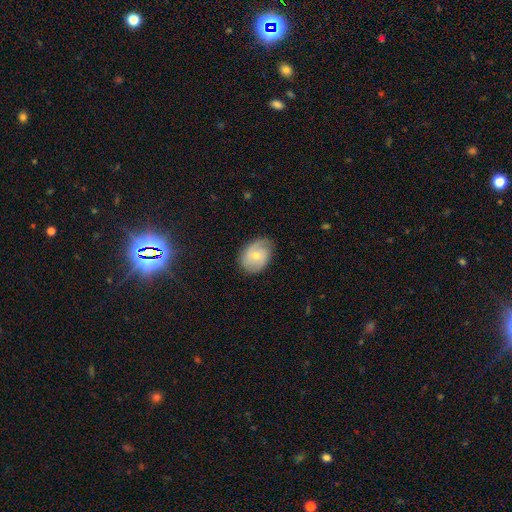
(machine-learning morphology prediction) Overall: featured or disk (57%; smooth 36%). Edge-on disk: no (96%). Bar: no (70%). Spiral arms: yes (85%). Bulge size: small (49%; moderate 47%). Merging: none (72%).